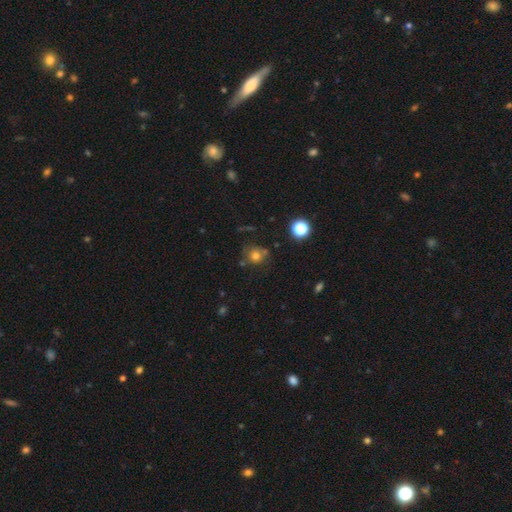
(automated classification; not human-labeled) This is likely a smooth galaxy (72%). How rounded: clearly round (86%). Merging: likely none (67%).